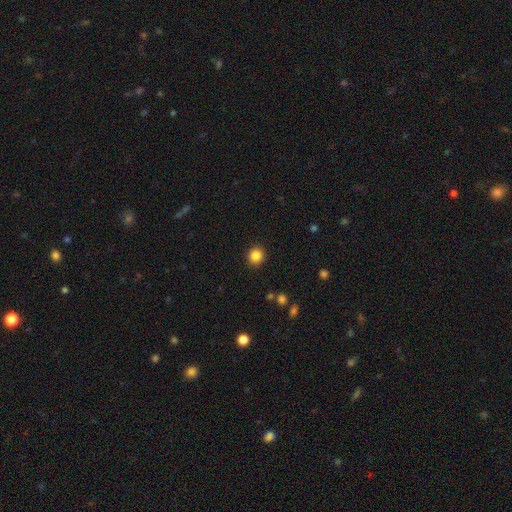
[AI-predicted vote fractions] Morphology: type=smooth (85%); roundness=round (89%); merging=none (91%).